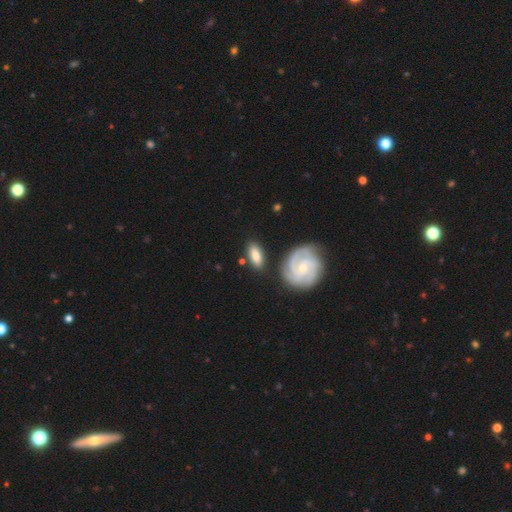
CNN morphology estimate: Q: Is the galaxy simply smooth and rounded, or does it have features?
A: smooth — 58%.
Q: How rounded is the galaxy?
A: in between — 82%.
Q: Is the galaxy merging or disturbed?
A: none — 77%.